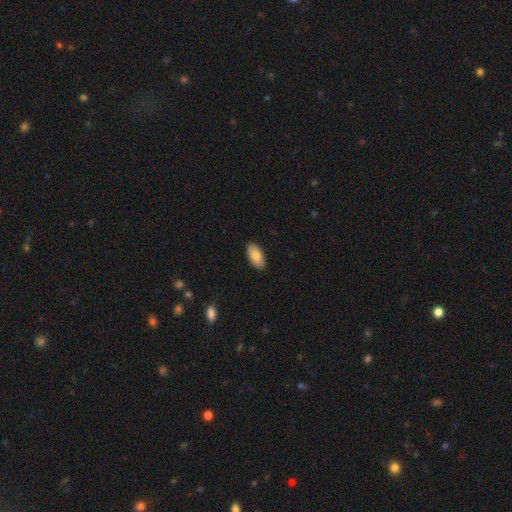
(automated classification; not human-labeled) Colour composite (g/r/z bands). It shows a smooth galaxy with no disk features (83%) that is in between round and cigar-shaped (94%). Merging: none (88%).